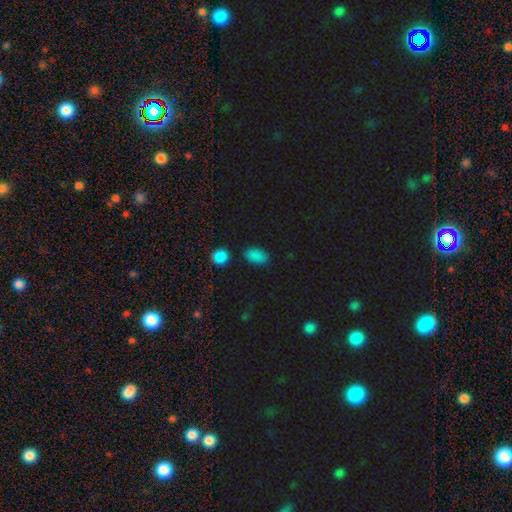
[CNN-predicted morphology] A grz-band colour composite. It shows a smooth galaxy with no disk features (83%) that is in between round and cigar-shaped (89%). Merging: none (83%).